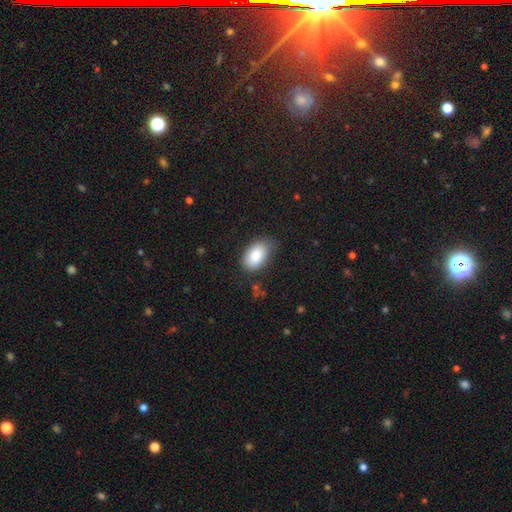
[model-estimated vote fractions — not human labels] Morphology: type=smooth (85%); roundness=in between (92%); merging=none (69%).